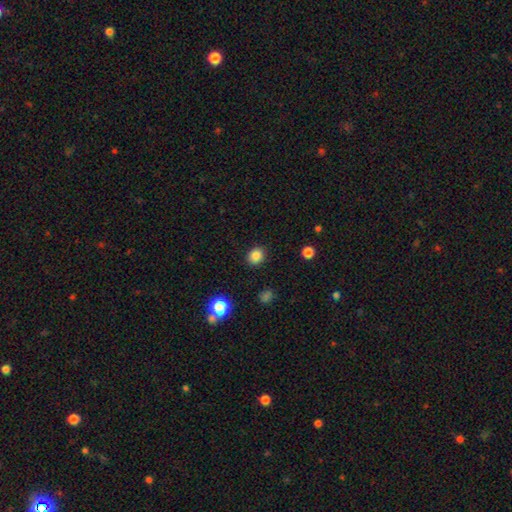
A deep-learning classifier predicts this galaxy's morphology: Smooth or featured?
  - smooth: 85% *
  - star or artifact: 11%
  - featured or disk: 4%
How rounded?
  - round: 69% *
  - in between: 30%
  - cigar-shaped: 1%
Merging?
  - none: 89% *
  - minor disturbance: 7%
  - major disturbance: 2%
  - merger: 2%